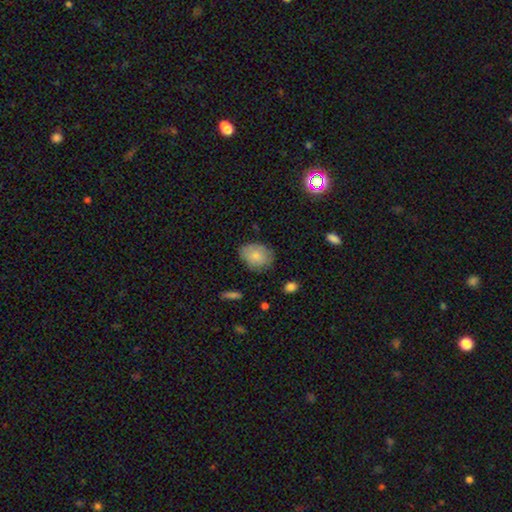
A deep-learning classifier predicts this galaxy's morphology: This is likely a smooth galaxy (79%). How rounded: likely in between (65%). Merging: likely none (75%).